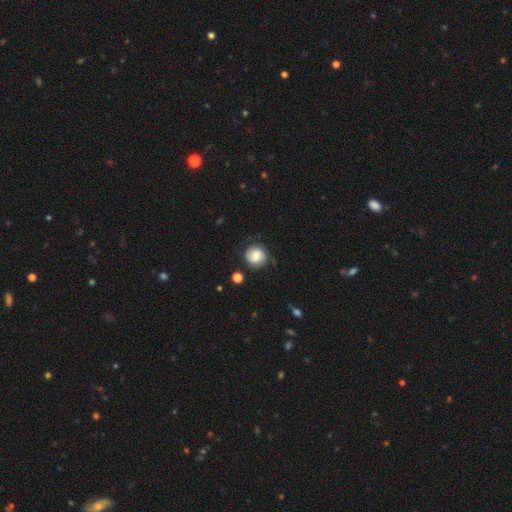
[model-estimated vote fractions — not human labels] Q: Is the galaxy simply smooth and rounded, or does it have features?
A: featured or disk — 49%.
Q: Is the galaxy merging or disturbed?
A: none — 80%.